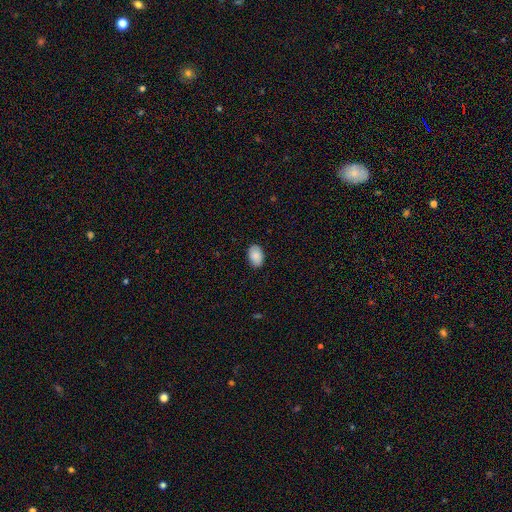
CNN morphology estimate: This appears to be a smooth galaxy with no disk features (87%) that is in between round and cigar-shaped (86%). Merging: none (87%).